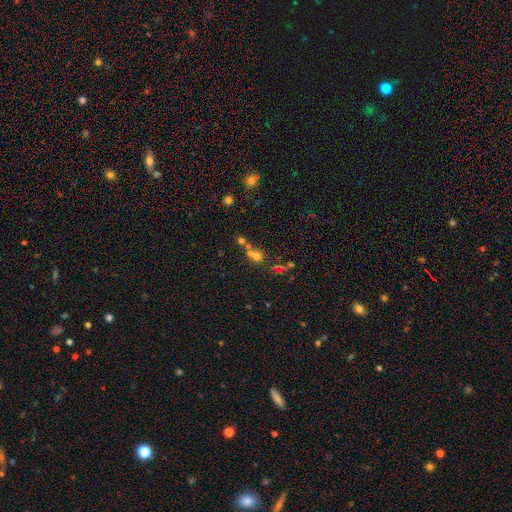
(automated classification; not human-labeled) Morphology: type=smooth (56%); roundness=round (73%); merging=merger (47%).